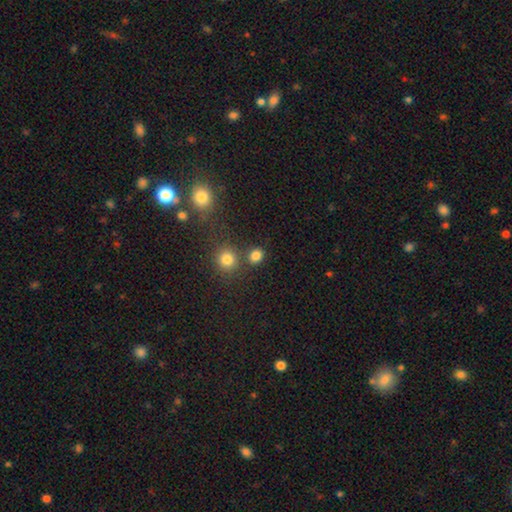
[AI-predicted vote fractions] This appears to be a smooth galaxy with no disk features (81%) that is round (71%). Merging: none (75%).